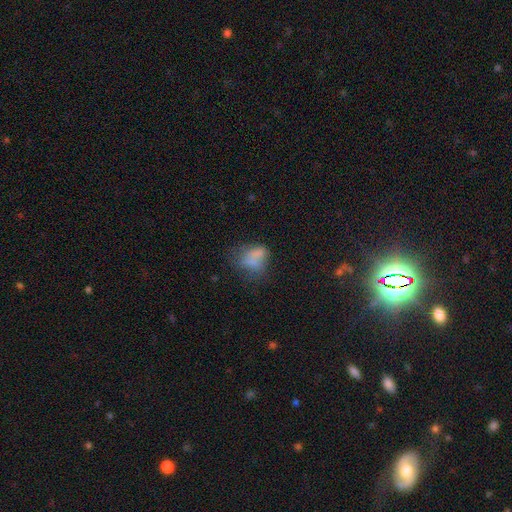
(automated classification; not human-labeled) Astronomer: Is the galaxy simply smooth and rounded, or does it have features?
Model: smooth — 64%.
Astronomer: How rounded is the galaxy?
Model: in between — 68%.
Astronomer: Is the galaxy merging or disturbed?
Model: none — 35% (runner-up: major disturbance, 26%).